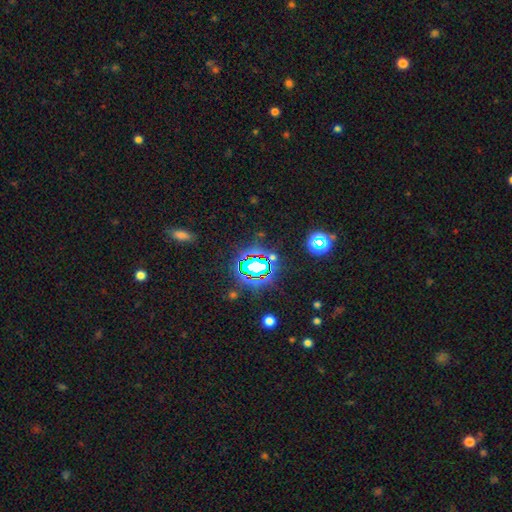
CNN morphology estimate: Q: Smooth or featured?
A: star or artifact (77%); runner-up: smooth (14%)